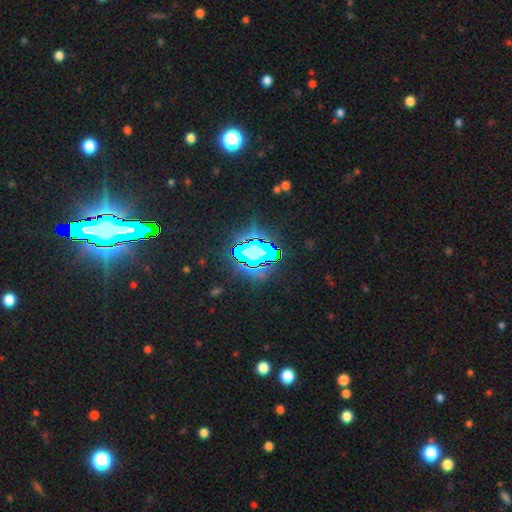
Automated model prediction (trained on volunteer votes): Smooth or featured? star or artifact (84%)